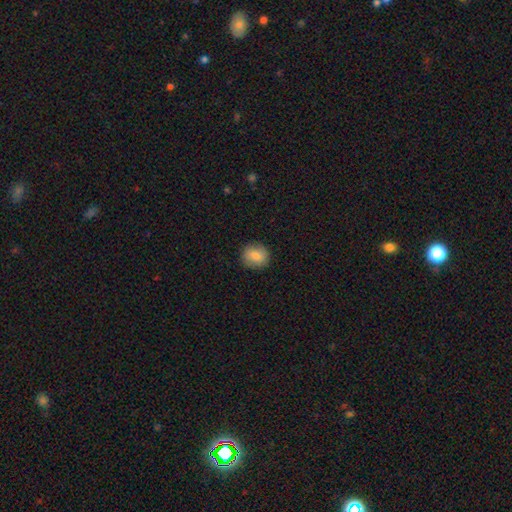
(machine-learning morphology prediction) Smooth or featured? smooth (83%)
How rounded? round (82%)
Merging? none (88%)